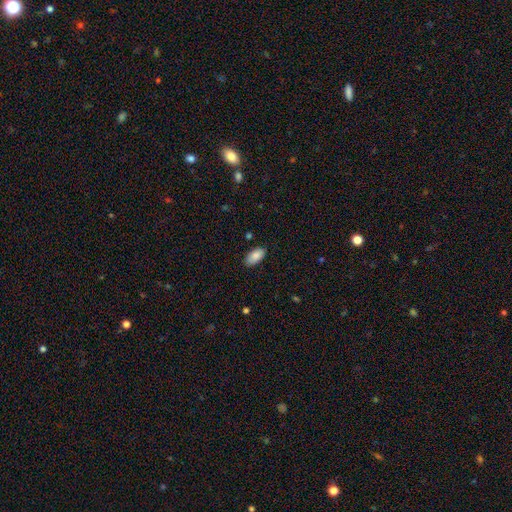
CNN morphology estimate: smooth_or_featured: smooth (p=0.87) [alt: featured or disk p=0.07]
how_rounded: in between (p=0.95) [alt: cigar-shaped p=0.03]
merging: none (p=0.83) [alt: minor disturbance p=0.13]